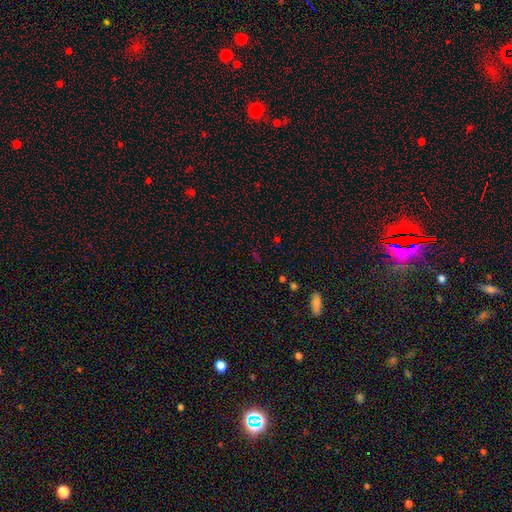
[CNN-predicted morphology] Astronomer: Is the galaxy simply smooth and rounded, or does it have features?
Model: star or artifact — 58%.